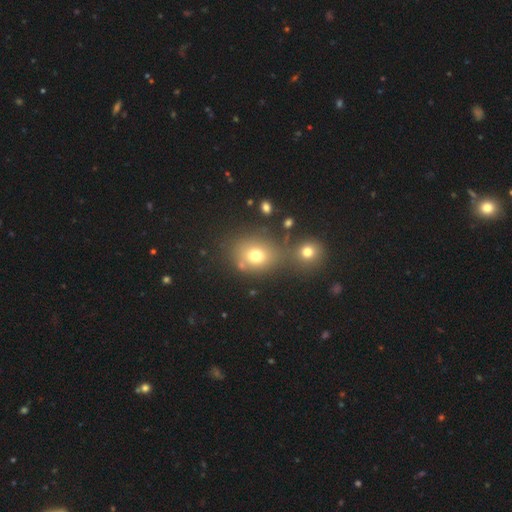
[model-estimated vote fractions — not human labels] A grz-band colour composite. It shows a smooth galaxy with no disk features (71%) that is round (63%). Merging: none (54%).